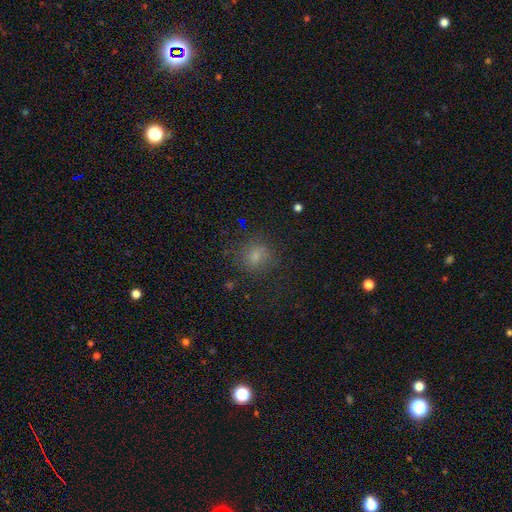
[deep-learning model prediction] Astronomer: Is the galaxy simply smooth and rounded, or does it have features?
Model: smooth — 73%.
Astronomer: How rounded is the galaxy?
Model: round — 77%.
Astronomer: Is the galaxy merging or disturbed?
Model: none — 75%.